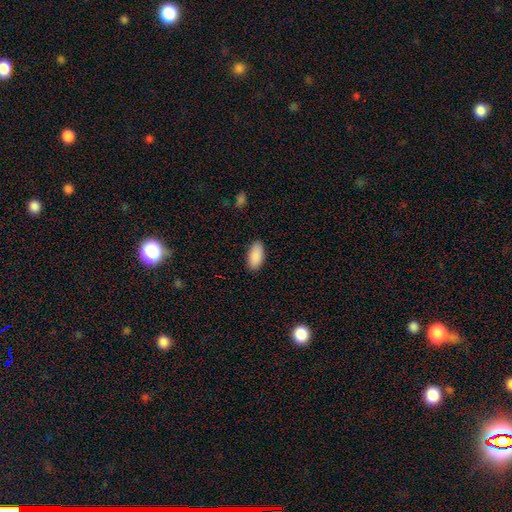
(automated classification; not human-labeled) smooth-or-featured: smooth: 90% | star or artifact: 6% | featured or disk: 3%
  how-rounded: in between: 92% | cigar-shaped: 7% | round: 2%
  merging: none: 89% | minor disturbance: 8% | major disturbance: 2% | merger: 1%